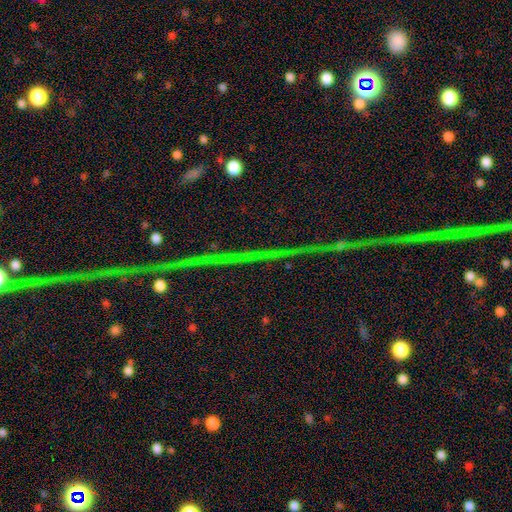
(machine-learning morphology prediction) Smooth or featured?
  - star or artifact: 71% *
  - featured or disk: 17%
  - smooth: 12%